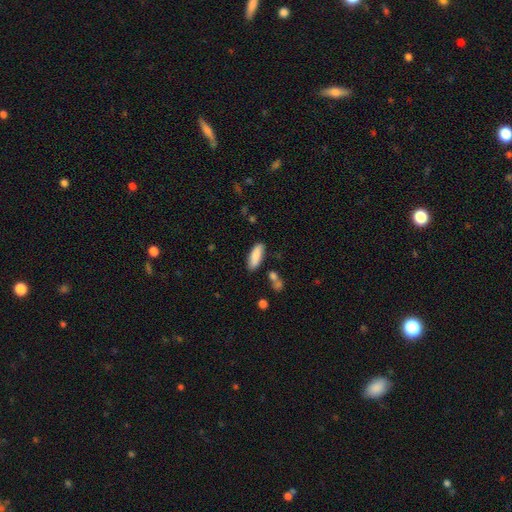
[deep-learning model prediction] A smooth galaxy with no disk features (87%) that is in between round and cigar-shaped (61%).

Vote fractions:
- Smooth or featured? smooth: 87% / featured or disk: 7% / star or artifact: 6%
- How rounded? in between: 61% / cigar-shaped: 38% / round: 2%
- Merging? none: 82% / minor disturbance: 11% / merger: 4% / major disturbance: 3%